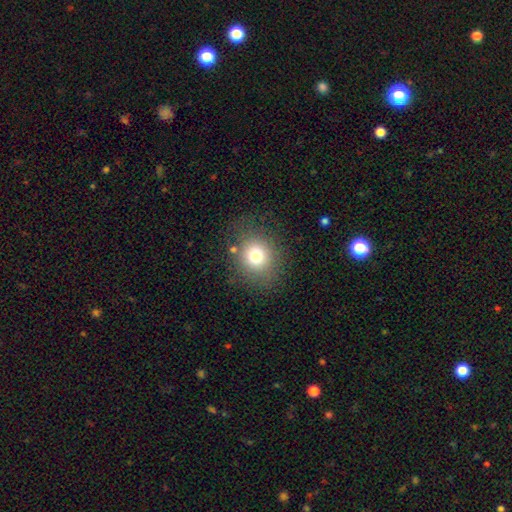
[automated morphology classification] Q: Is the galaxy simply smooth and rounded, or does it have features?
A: smooth — 74%.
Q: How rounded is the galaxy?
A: round — 76%.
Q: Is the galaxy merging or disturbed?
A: none — 79%.